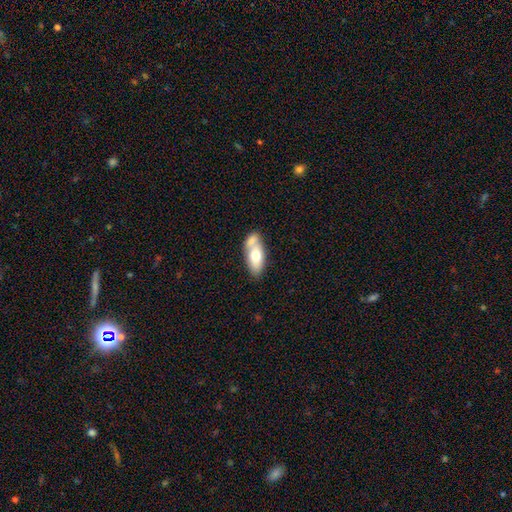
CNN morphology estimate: Smooth or featured?
  - smooth: 65% *
  - featured or disk: 29%
  - star or artifact: 6%
How rounded?
  - in between: 84% *
  - cigar-shaped: 12%
  - round: 4%
Merging?
  - none: 41% *
  - merger: 39%
  - minor disturbance: 15%
  - major disturbance: 5%